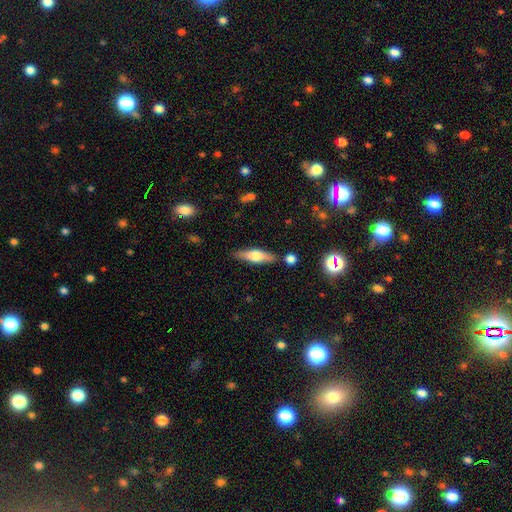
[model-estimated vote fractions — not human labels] smooth-or-featured: smooth: 47% | featured or disk: 46% | star or artifact: 6%
  merging: none: 81% | minor disturbance: 12% | merger: 5% | major disturbance: 2%